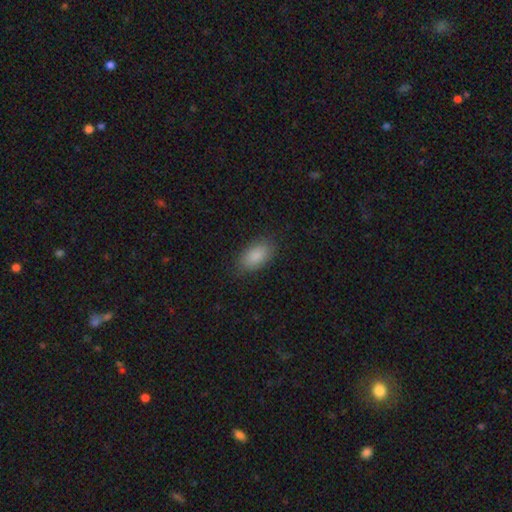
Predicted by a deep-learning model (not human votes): Morphology: type=smooth (88%); roundness=in between (92%); merging=none (85%).